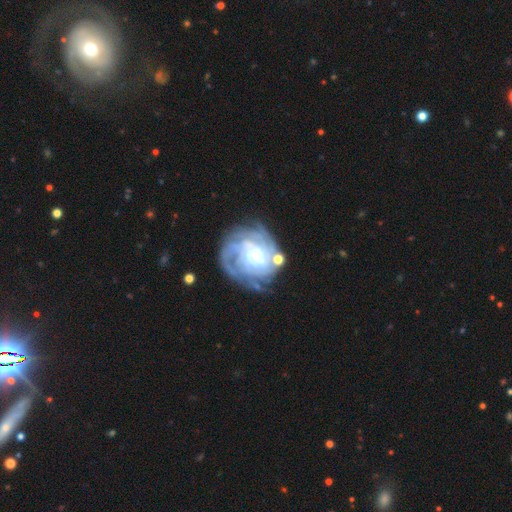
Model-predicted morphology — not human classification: type=featured or disk (82%); edge-on=no (98%); bar=no (69%); spiral arms=yes (92%); winding=tight (70%); arm count=can't tell (37%); bulge=small (70%); merging=none (59%).